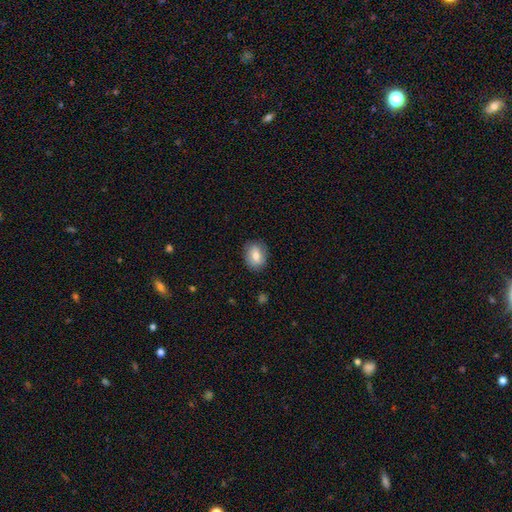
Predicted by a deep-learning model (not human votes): Smooth or featured? Predicted: smooth (p=0.76). How rounded? Predicted: in between (p=0.57). Merging? Predicted: none (p=0.83).